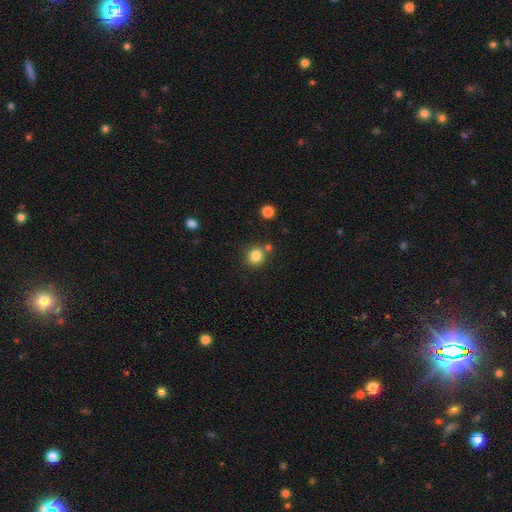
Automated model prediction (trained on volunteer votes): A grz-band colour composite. It shows a smooth galaxy with no disk features (84%) that is round (88%). Merging: none (80%).